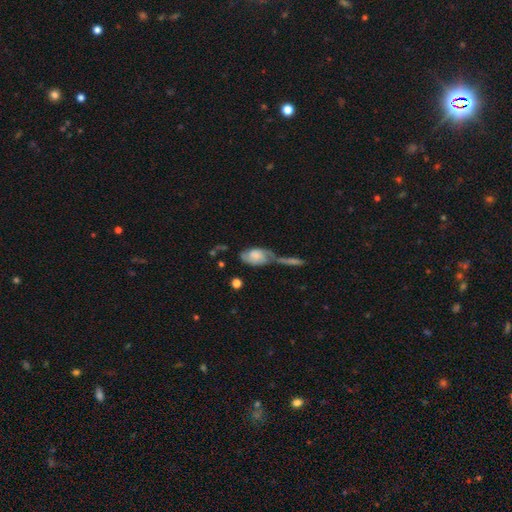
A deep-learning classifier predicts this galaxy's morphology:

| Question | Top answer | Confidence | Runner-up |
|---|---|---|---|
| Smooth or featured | smooth | 48% | featured or disk (44%) |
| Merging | merger | 43% | none (23%) |